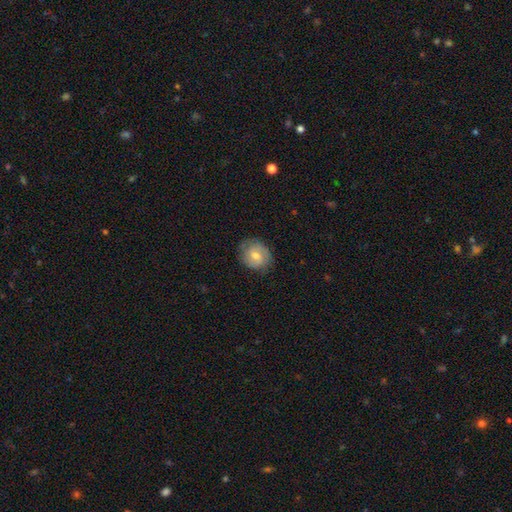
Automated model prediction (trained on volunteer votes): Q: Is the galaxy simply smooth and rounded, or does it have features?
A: featured or disk — 51%.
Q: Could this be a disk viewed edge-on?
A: no — 97%.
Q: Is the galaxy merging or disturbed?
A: none — 77%.